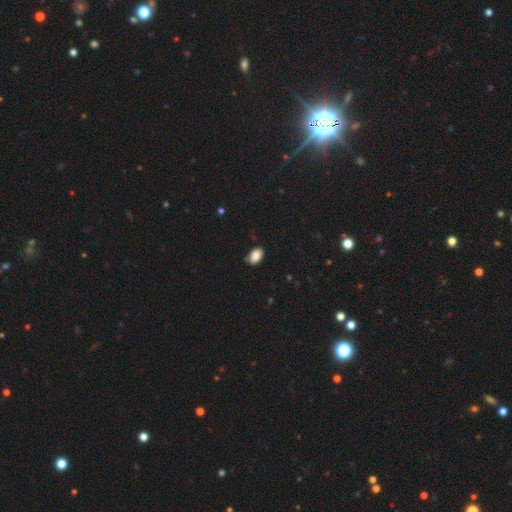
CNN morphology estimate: smooth 87%, star or artifact 8%, featured or disk 6%. Down the decision tree: how rounded — in between (87%); merging — none (80%).